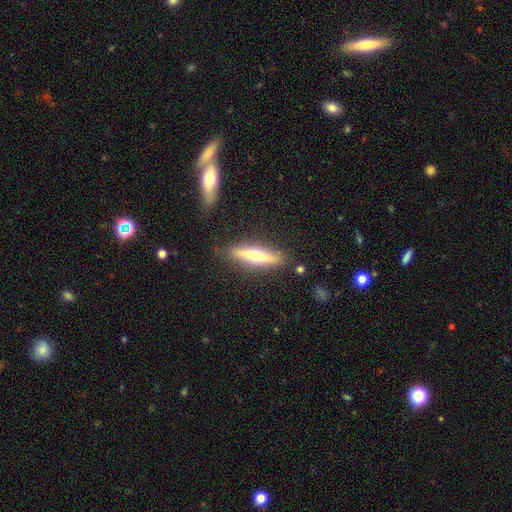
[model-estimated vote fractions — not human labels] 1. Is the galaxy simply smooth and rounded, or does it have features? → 57% featured or disk, 37% smooth, 6% star or artifact.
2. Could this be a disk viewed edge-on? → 92% yes, 8% no.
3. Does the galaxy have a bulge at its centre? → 91% rounded, 5% none, 3% boxy.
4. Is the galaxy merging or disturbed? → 84% none, 10% minor disturbance, 3% merger, 3% major disturbance.